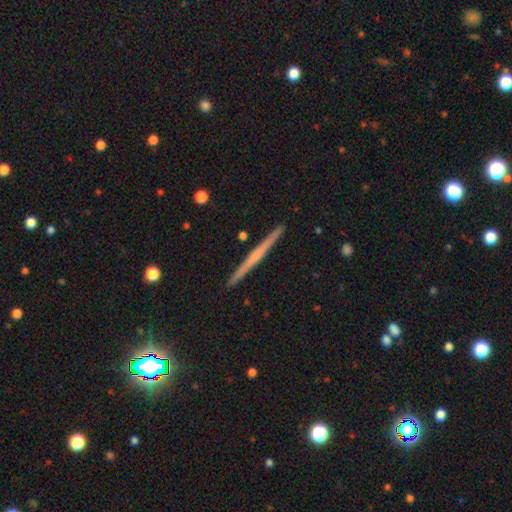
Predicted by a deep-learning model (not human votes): This appears to be a featured or disk galaxy (59%) viewed edge-on (98%) with no central bulge (74%). Merging: none (92%).